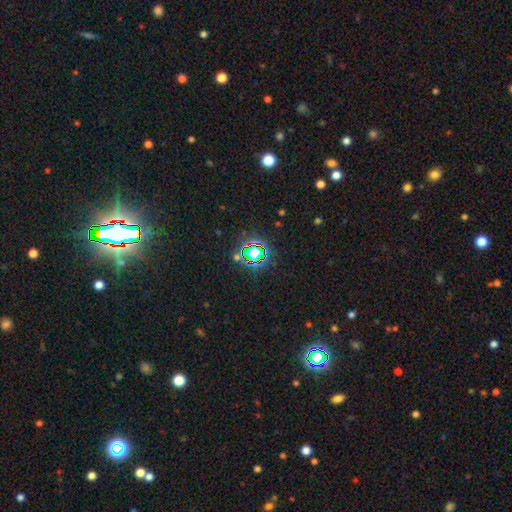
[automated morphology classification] smooth_or_featured: star or artifact (p=0.73) [alt: smooth p=0.16]